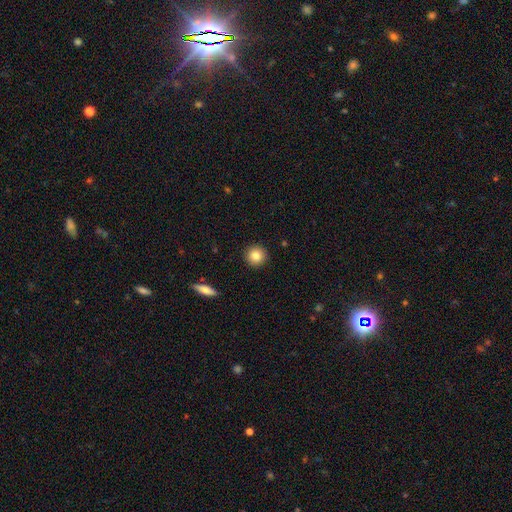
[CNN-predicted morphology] Smooth or featured? smooth (83%)
How rounded? round (94%)
Merging? none (92%)